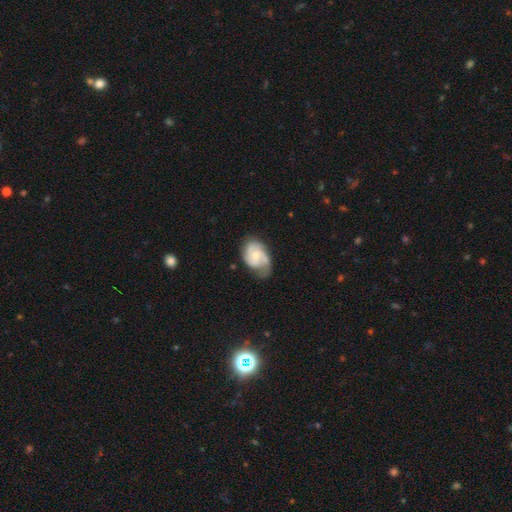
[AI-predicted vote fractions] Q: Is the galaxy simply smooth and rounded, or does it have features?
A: featured or disk — 75%.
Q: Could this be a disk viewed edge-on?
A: no — 97%.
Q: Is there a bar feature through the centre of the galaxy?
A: no — 59%.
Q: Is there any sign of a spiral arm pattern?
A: yes — 94%.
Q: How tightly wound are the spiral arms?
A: medium — 46%.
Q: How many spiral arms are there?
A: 2 — 58%.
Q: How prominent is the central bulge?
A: small — 49%.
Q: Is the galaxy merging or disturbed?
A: none — 55%.